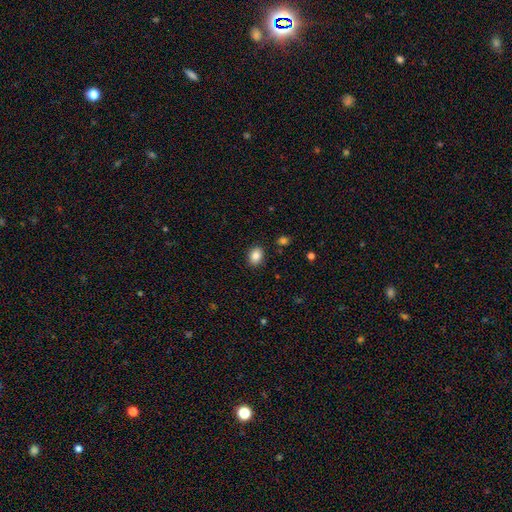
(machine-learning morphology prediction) smooth 86%, star or artifact 9%, featured or disk 5%. Down the decision tree: how rounded — in between (62%); merging — none (88%).